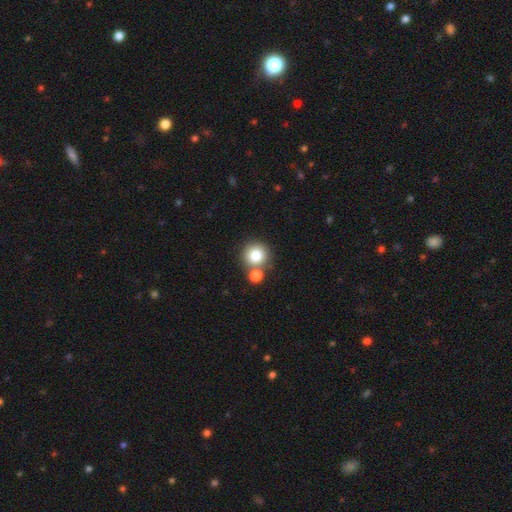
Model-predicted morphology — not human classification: Smooth or featured? smooth (80%)
How rounded? round (91%)
Merging? none (63%)